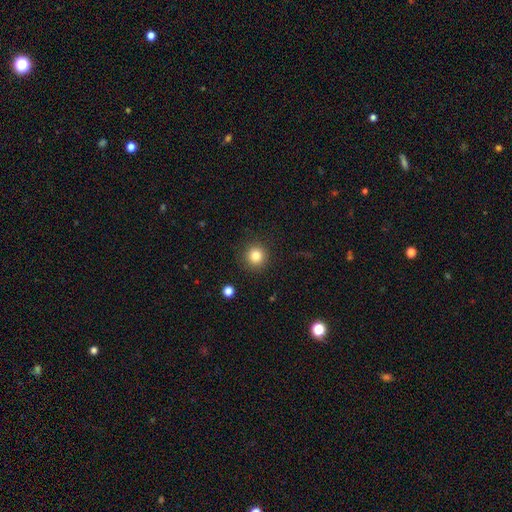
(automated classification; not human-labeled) Overall: smooth (83%). How rounded: round (94%). Merging: none (90%).